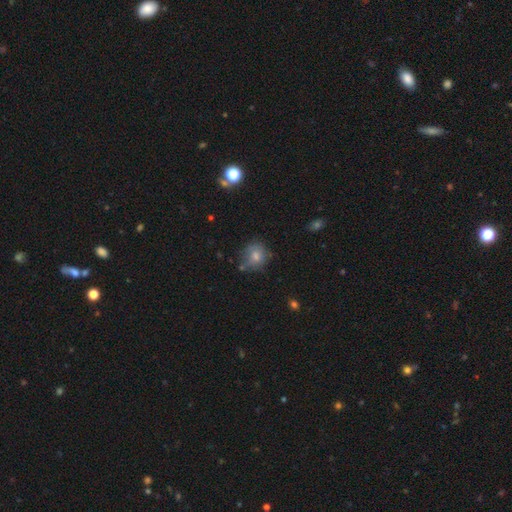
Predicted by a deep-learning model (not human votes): This is likely a smooth galaxy (73%). How rounded: likely round (72%). Merging: possibly none (57%).